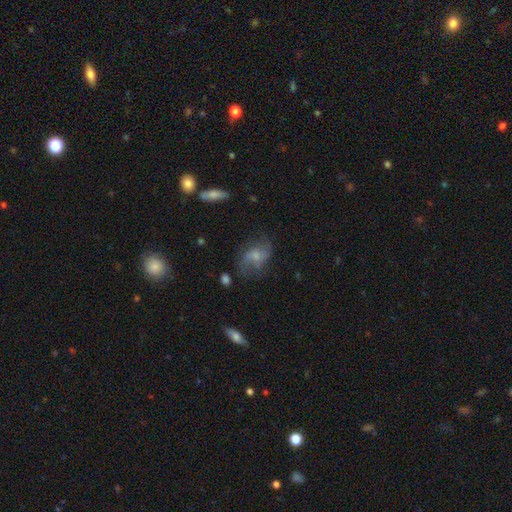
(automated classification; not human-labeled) Q: Smooth or featured?
A: featured or disk (67%); runner-up: smooth (24%)
Q: Edge-on disk?
A: no (96%); runner-up: yes (4%)
Q: Bar?
A: no (56%); runner-up: weak (38%)
Q: Spiral arms?
A: yes (87%); runner-up: no (13%)
Q: Spiral winding?
A: loose (57%); runner-up: medium (34%)
Q: Spiral arm count?
A: 2 (81%); runner-up: can't tell (9%)
Q: Bulge size?
A: small (41%); runner-up: moderate (35%)
Q: Merging?
A: none (60%); runner-up: minor disturbance (21%)